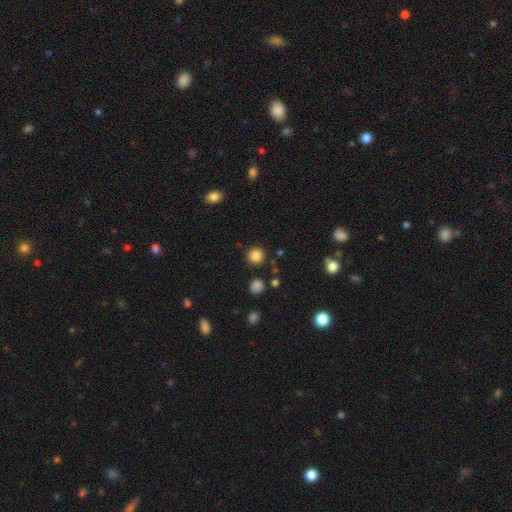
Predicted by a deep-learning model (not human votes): Smooth or featured? Predicted: smooth (p=0.84). How rounded? Predicted: round (p=0.93). Merging? Predicted: none (p=0.90).